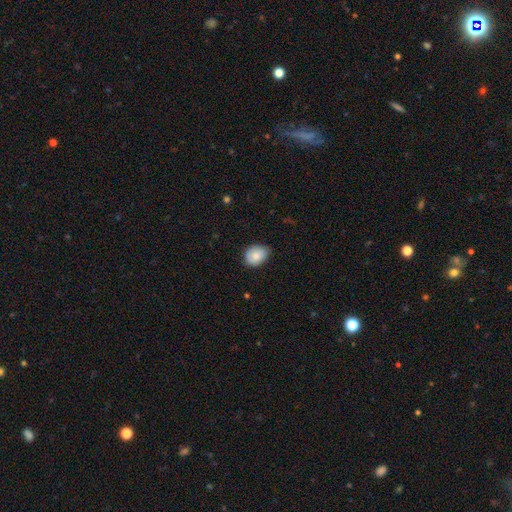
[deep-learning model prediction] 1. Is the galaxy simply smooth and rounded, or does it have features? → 81% smooth, 12% featured or disk, 7% star or artifact.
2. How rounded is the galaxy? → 54% in between, 45% round, 1% cigar-shaped.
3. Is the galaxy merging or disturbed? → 69% none, 27% minor disturbance, 4% major disturbance, 1% merger.